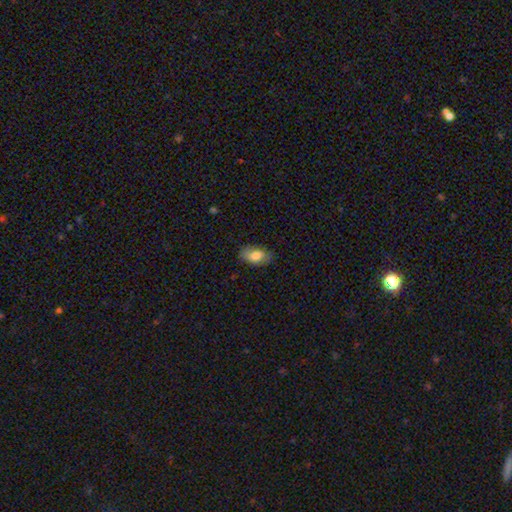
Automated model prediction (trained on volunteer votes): This appears to be a smooth galaxy with no disk features (79%) that is in between round and cigar-shaped (92%). Merging: none (77%).